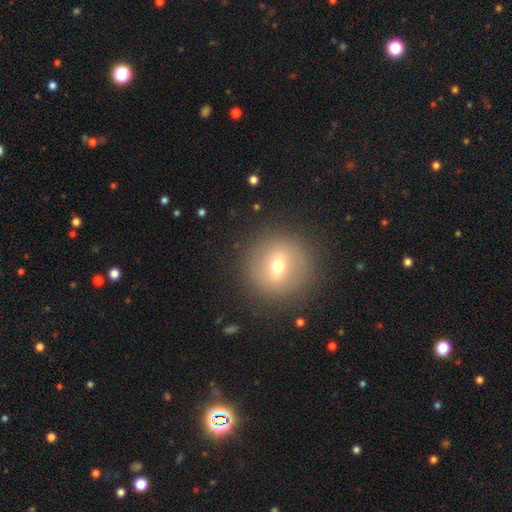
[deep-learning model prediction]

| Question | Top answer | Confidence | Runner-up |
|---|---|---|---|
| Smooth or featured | smooth | 52% | featured or disk (33%) |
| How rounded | round | 93% | in between (5%) |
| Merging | none | 89% | minor disturbance (7%) |